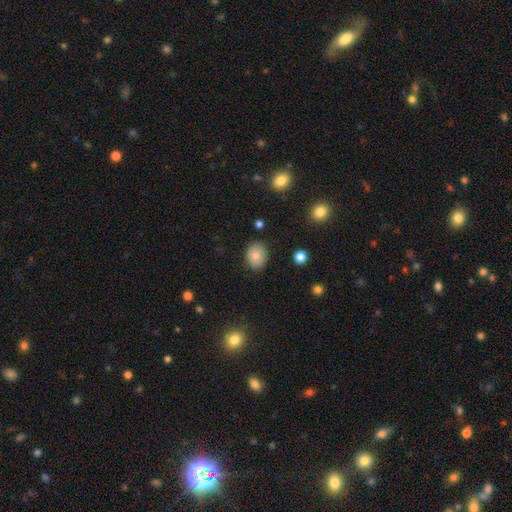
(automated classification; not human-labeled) smooth_or_featured: smooth (p=0.78) [alt: featured or disk p=0.12]
how_rounded: round (p=0.57) [alt: in between p=0.42]
merging: none (p=0.84) [alt: minor disturbance p=0.12]